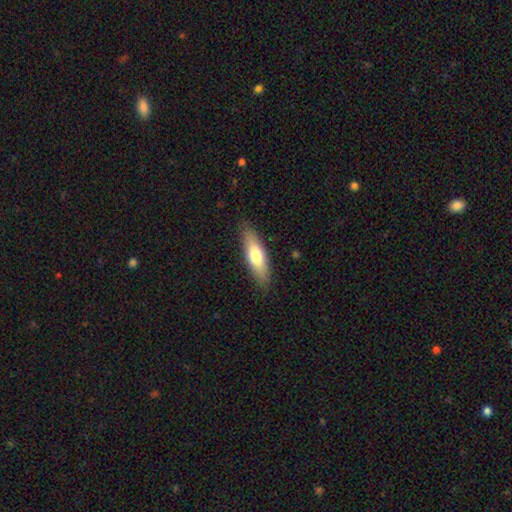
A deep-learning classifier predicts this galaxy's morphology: The model was most divided on "how rounded": cigar-shaped: 53%, in between: 45%, round: 2%. More confident: merging — none (87%); smooth or featured — smooth (68%).